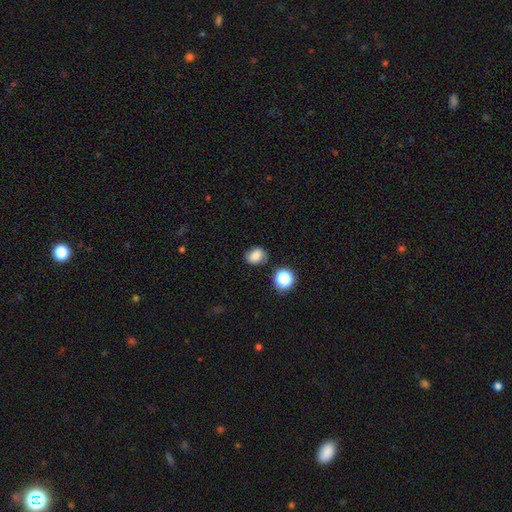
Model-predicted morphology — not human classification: This appears to be a smooth galaxy with no disk features (79%) that is in between round and cigar-shaped (53%). Merging: none (76%).